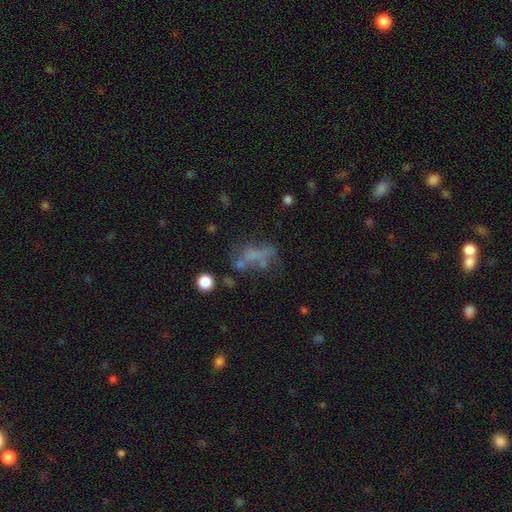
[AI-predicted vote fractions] smooth-or-featured: smooth: 40% | featured or disk: 37% | star or artifact: 23%
  merging: none: 38% | major disturbance: 30% | minor disturbance: 19% | merger: 13%